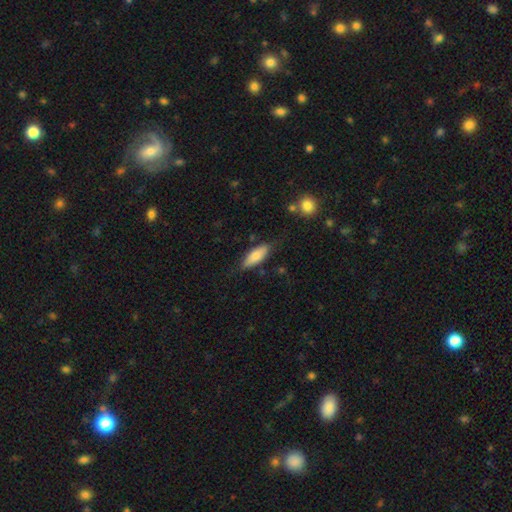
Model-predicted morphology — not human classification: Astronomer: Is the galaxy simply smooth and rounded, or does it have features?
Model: smooth — 74%.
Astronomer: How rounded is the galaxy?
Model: in between — 63%.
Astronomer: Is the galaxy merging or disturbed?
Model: none — 76%.